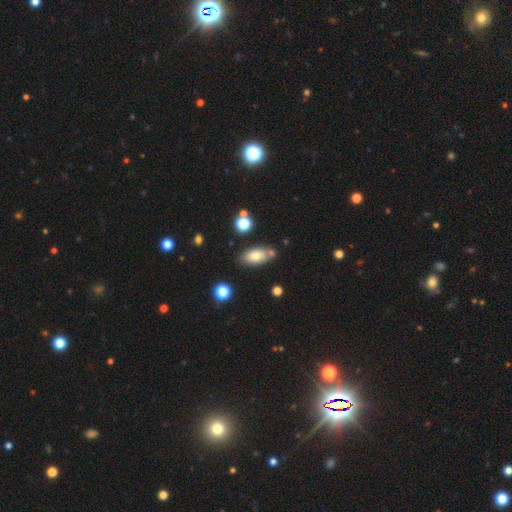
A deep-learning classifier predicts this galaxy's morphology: Smooth or featured? Predicted: smooth (p=0.74). How rounded? Predicted: in between (p=0.89). Merging? Predicted: none (p=0.69).